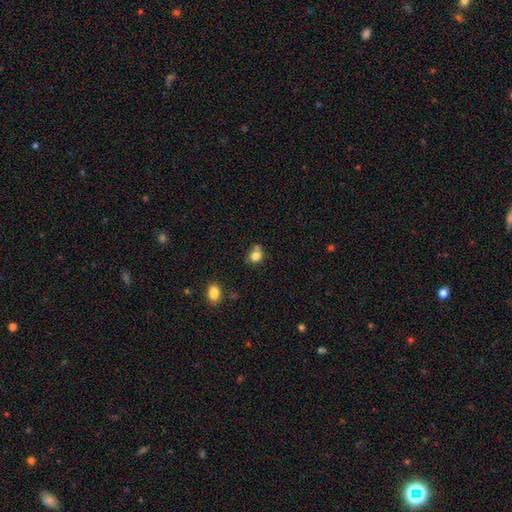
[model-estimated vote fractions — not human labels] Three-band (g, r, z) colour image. It shows a smooth galaxy with no disk features (79%) that is round (66%). Merging: none (50%).